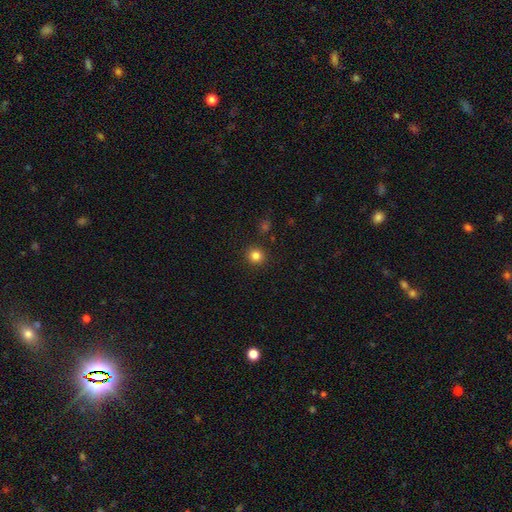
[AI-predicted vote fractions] Smooth or featured?
  - smooth: 82% *
  - star or artifact: 13%
  - featured or disk: 5%
How rounded?
  - round: 93% *
  - in between: 6%
  - cigar-shaped: 1%
Merging?
  - none: 91% *
  - minor disturbance: 5%
  - major disturbance: 2%
  - merger: 2%